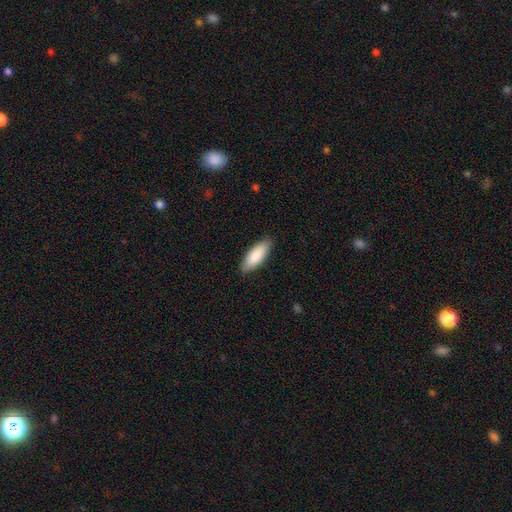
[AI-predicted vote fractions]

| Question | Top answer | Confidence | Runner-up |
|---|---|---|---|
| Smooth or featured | smooth | 87% | featured or disk (8%) |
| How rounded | in between | 70% | cigar-shaped (29%) |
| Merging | none | 88% | minor disturbance (9%) |